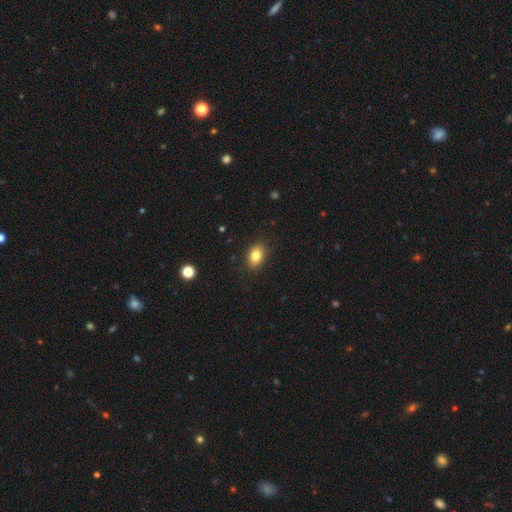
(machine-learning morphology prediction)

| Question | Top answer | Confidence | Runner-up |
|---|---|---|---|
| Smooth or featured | smooth | 82% | star or artifact (10%) |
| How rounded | in between | 77% | round (21%) |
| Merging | none | 87% | minor disturbance (10%) |